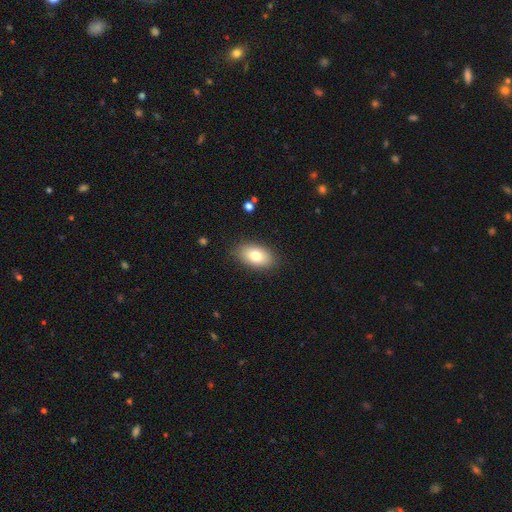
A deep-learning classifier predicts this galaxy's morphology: A smooth galaxy with no disk features (78%) that is in between round and cigar-shaped (90%).

Vote fractions:
- Smooth or featured? smooth: 78% / featured or disk: 14% / star or artifact: 8%
- How rounded? in between: 90% / round: 8% / cigar-shaped: 2%
- Merging? none: 86% / minor disturbance: 11% / major disturbance: 3% / merger: 1%